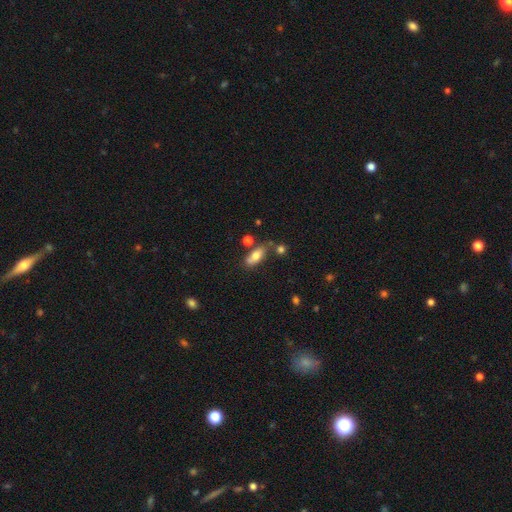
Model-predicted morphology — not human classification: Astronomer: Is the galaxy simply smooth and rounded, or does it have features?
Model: smooth — 72%.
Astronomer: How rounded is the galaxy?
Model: in between — 77%.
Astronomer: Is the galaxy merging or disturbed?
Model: none — 61%.